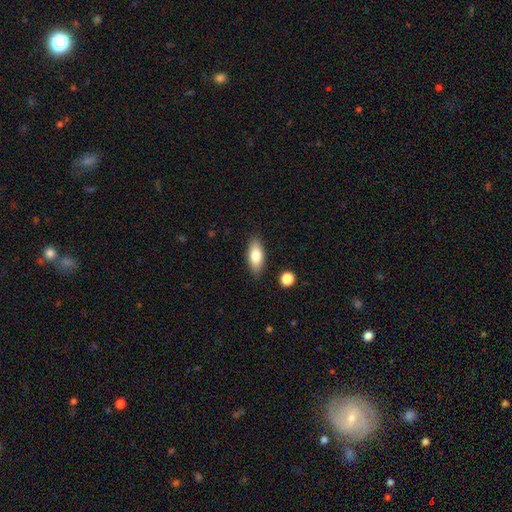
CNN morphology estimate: Smooth or featured? Predicted: smooth (p=0.78). How rounded? Predicted: in between (p=0.81). Merging? Predicted: none (p=0.86).